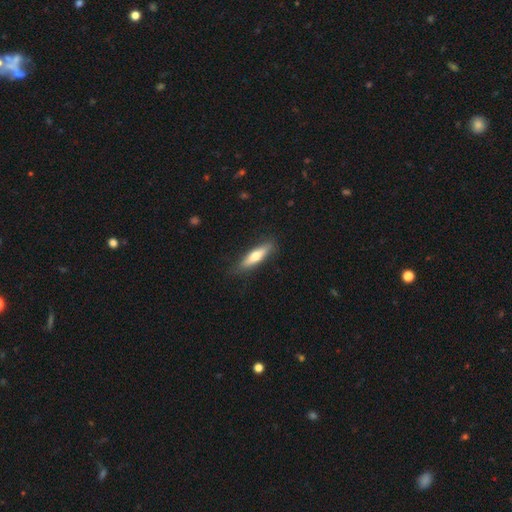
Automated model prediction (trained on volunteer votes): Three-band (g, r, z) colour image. It shows a smooth galaxy with no disk features (58%) that is cigar-shaped (71%). Merging: none (86%).